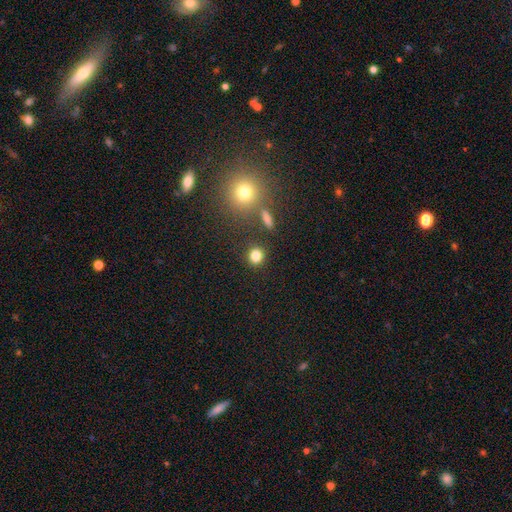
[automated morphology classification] This appears to be a smooth galaxy with no disk features (82%) that is round (86%). Merging: none (86%).